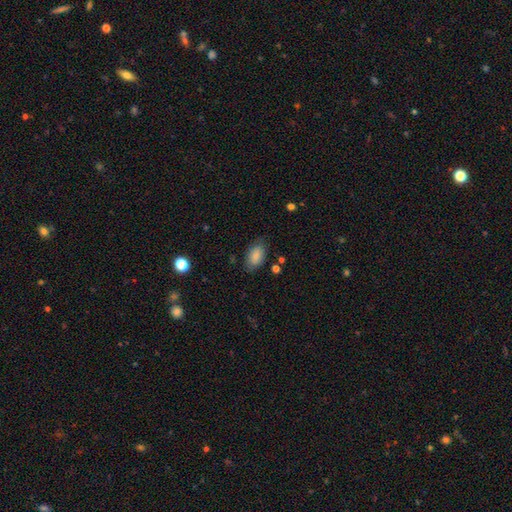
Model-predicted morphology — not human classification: A smooth galaxy with no disk features (85%) that is in between round and cigar-shaped (92%). Merging: none (77%).